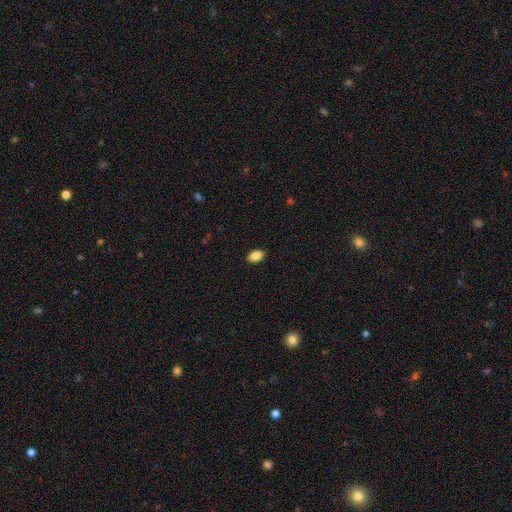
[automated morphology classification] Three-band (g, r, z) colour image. It shows a smooth galaxy with no disk features (87%) that is in between round and cigar-shaped (89%). Merging: none (90%).